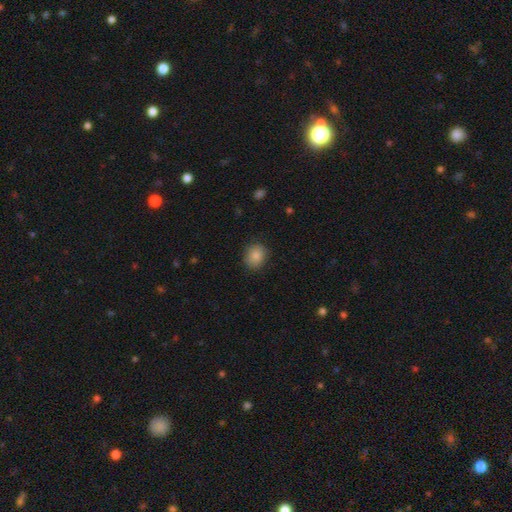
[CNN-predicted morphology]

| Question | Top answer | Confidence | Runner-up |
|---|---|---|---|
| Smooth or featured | smooth | 85% | star or artifact (9%) |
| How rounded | round | 63% | in between (37%) |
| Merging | none | 85% | minor disturbance (11%) |